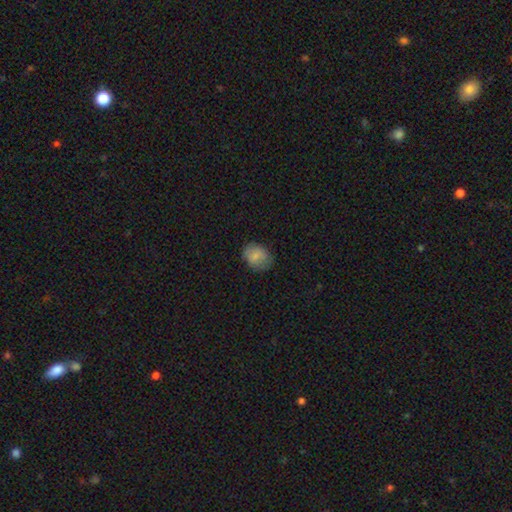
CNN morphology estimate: This appears to be a smooth galaxy with no disk features (78%) that is in between round and cigar-shaped (59%). Merging: none (76%).